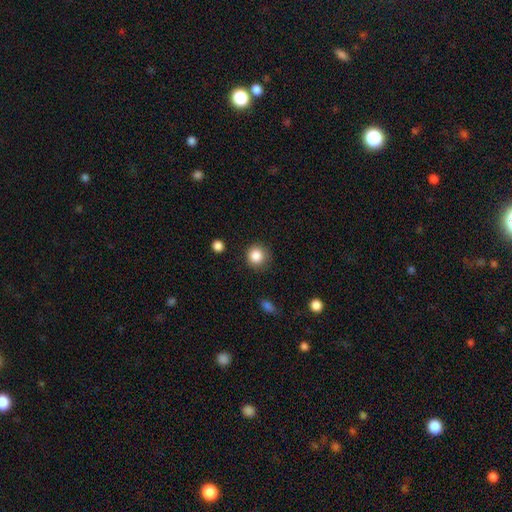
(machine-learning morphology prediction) Smooth or featured: smooth — 86% (star or artifact — 10%)
How rounded: round — 92% (in between — 7%)
Merging: none — 86% (minor disturbance — 9%)